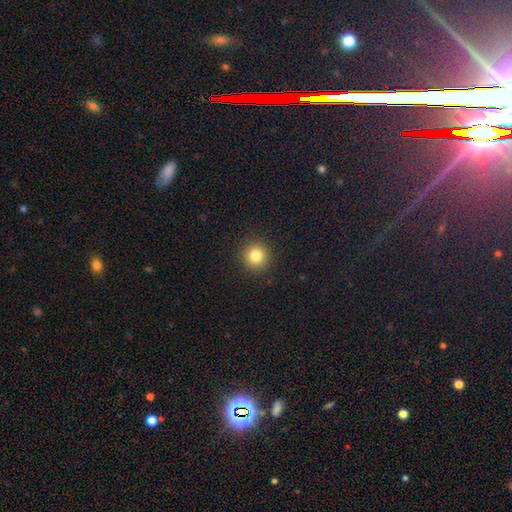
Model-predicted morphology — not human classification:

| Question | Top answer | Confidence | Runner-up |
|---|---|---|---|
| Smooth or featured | smooth | 83% | star or artifact (11%) |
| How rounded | round | 94% | in between (5%) |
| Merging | none | 92% | minor disturbance (5%) |